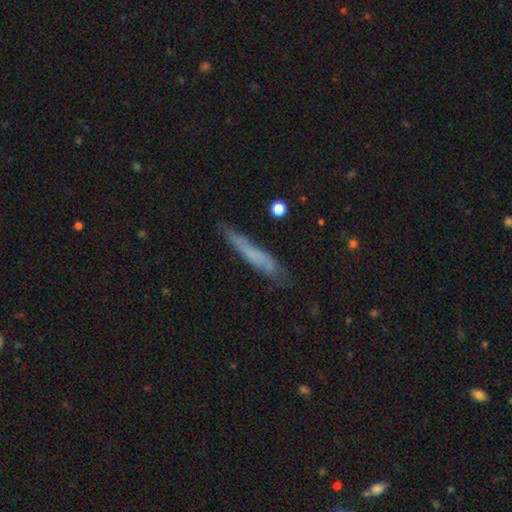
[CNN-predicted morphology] Smooth or featured?
  - smooth: 56% *
  - featured or disk: 36%
  - star or artifact: 8%
How rounded?
  - cigar-shaped: 90% *
  - in between: 8%
  - round: 2%
Merging?
  - none: 62% *
  - minor disturbance: 27%
  - major disturbance: 8%
  - merger: 3%